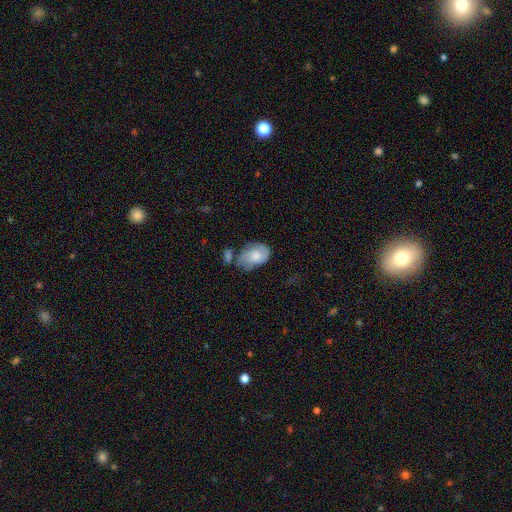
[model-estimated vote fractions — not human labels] Overall: smooth (54%; featured or disk 39%). How rounded: in between (82%). Merging: none (38%; minor disturbance 31%).